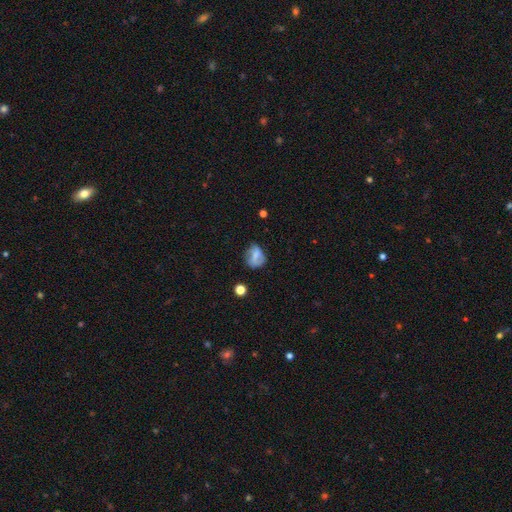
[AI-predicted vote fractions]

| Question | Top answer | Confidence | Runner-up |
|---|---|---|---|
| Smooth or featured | smooth | 60% | featured or disk (29%) |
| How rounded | round | 54% | in between (44%) |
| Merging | none | 53% | minor disturbance (28%) |